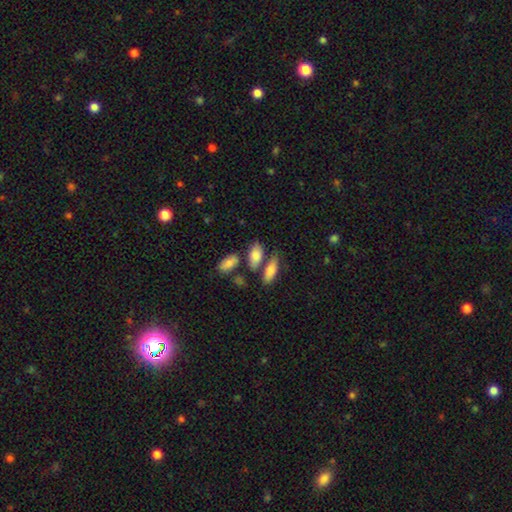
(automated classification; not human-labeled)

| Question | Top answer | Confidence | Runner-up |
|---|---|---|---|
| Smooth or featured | smooth | 79% | featured or disk (13%) |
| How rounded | in between | 85% | cigar-shaped (9%) |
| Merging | none | 56% | merger (23%) |